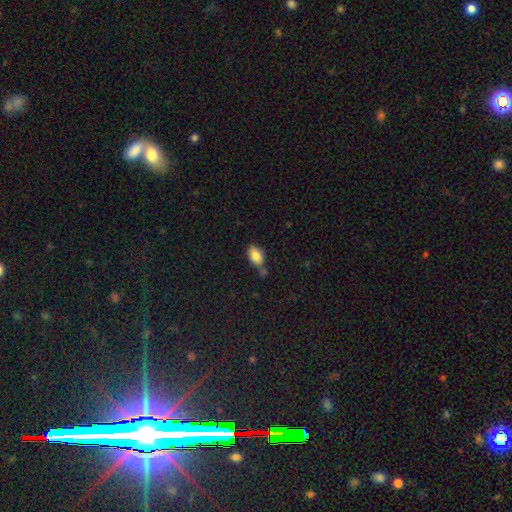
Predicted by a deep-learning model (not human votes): smooth_or_featured: smooth (p=0.83) [alt: star or artifact p=0.09]
how_rounded: in between (p=0.88) [alt: round p=0.10]
merging: none (p=0.60) [alt: minor disturbance p=0.20]